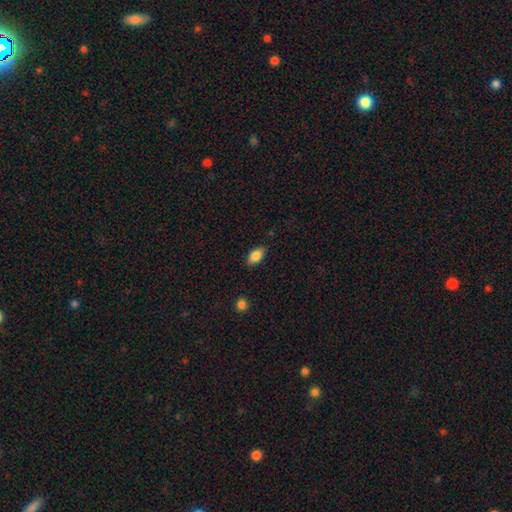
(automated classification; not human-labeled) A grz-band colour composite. It shows a smooth galaxy with no disk features (86%) that is in between round and cigar-shaped (91%). Merging: none (85%).